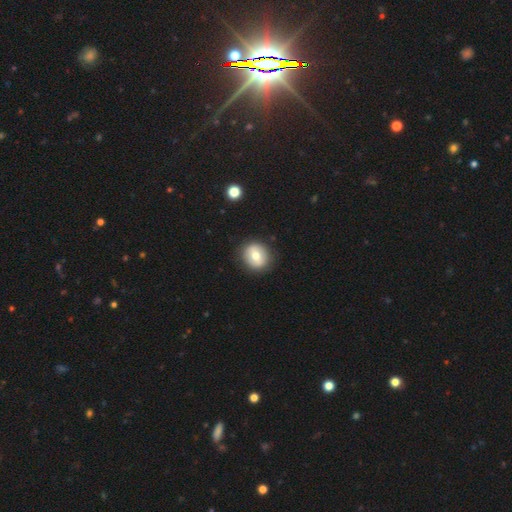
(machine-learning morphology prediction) A smooth galaxy with no disk features (71%) that is round (80%).

Vote fractions:
- Smooth or featured? smooth: 71% / featured or disk: 21% / star or artifact: 8%
- How rounded? round: 80% / in between: 19% / cigar-shaped: 1%
- Merging? none: 88% / minor disturbance: 8% / major disturbance: 2% / merger: 1%